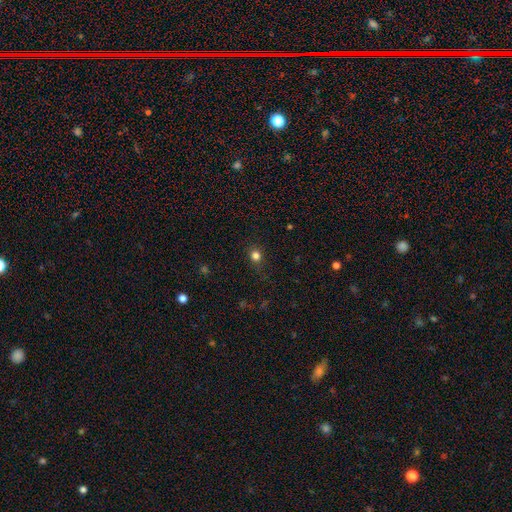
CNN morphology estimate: Smooth or featured? smooth (79%)
How rounded? round (85%)
Merging? none (81%)